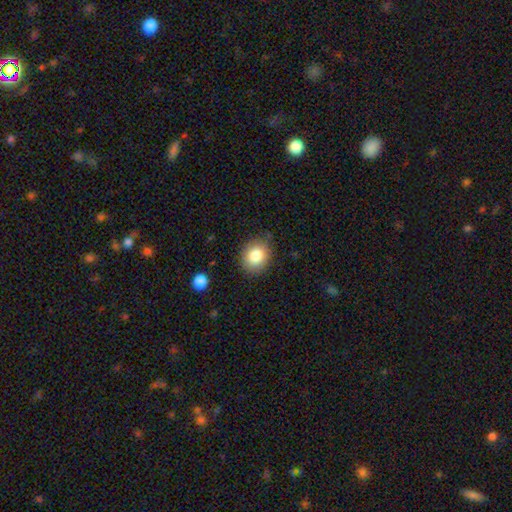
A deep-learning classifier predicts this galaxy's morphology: smooth_or_featured: smooth (p=0.83) [alt: star or artifact p=0.09]
how_rounded: round (p=0.62) [alt: in between p=0.37]
merging: none (p=0.83) [alt: minor disturbance p=0.12]